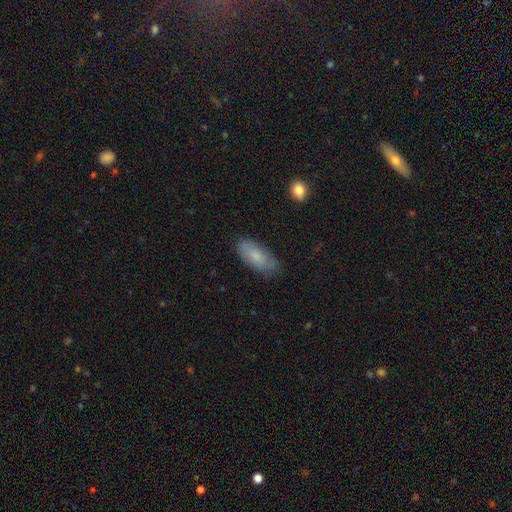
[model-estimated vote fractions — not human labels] This appears to be a smooth galaxy with no disk features (79%) that is in between round and cigar-shaped (83%). Merging: none (78%).